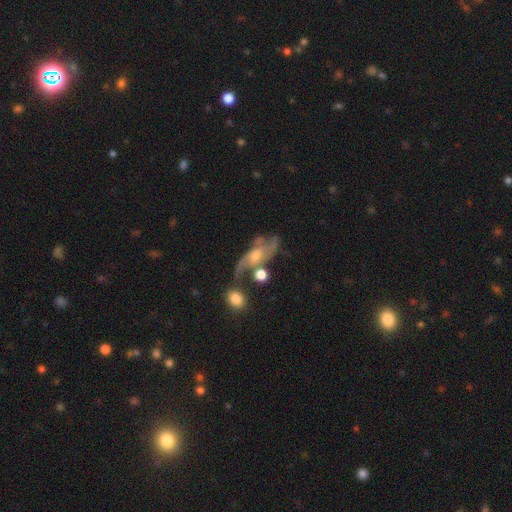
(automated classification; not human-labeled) This is likely a featured or disk galaxy (79%). It is clearly not viewed edge-on (91%). Bar: possibly no (59%). Spiral arm pattern: clearly yes (90%). Spiral arm count: likely 2 (75%). Spiral winding: possibly loose (52%). Central bulge: marginally moderate (44%). Merging: possibly none (45%).